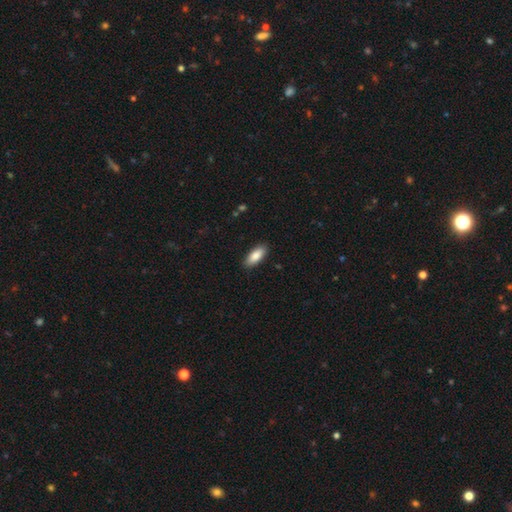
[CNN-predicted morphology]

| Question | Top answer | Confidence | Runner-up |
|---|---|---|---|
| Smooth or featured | smooth | 86% | featured or disk (8%) |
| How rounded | in between | 79% | cigar-shaped (19%) |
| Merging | none | 88% | minor disturbance (9%) |